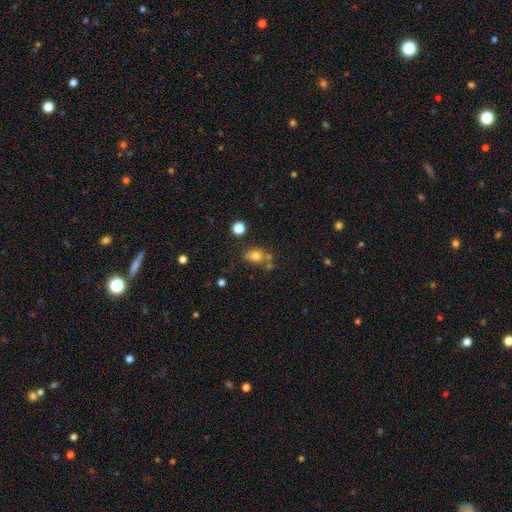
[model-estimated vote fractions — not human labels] Smooth or featured? smooth (75%)
How rounded? in between (55%)
Merging? none (55%)